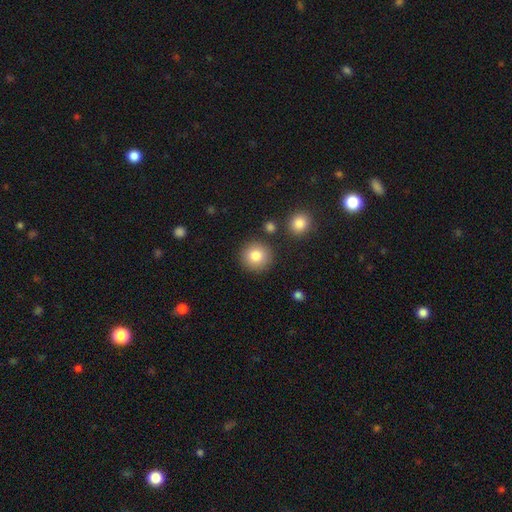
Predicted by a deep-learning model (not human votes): This is clearly a smooth galaxy (83%). How rounded: clearly round (93%). Merging: clearly none (86%).